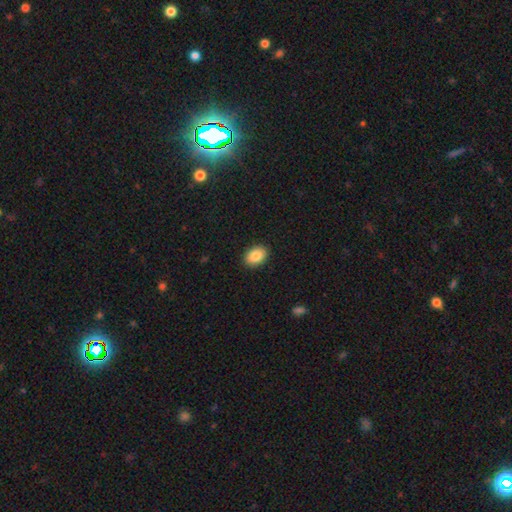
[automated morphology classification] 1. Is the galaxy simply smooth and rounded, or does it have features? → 87% smooth, 7% star or artifact, 6% featured or disk.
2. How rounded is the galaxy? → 82% in between, 17% round, 1% cigar-shaped.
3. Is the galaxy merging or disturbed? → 90% none, 7% minor disturbance, 2% major disturbance, 1% merger.